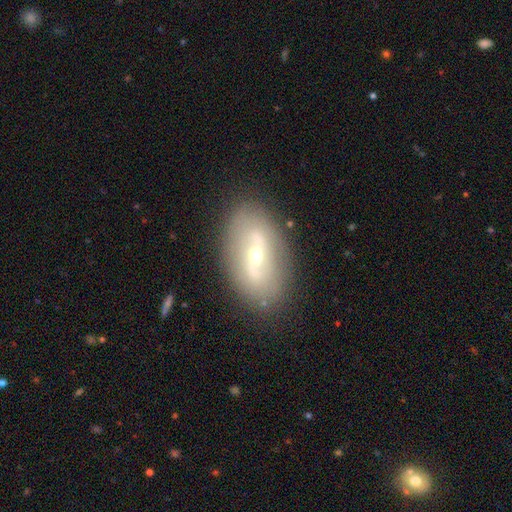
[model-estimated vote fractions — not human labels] This is likely a featured or disk galaxy (68%). It is clearly not viewed edge-on (88%). Bar: marginally strong (42%). Spiral arm pattern: possibly no (54%). Central bulge: possibly small (57%). Merging: clearly none (84%).